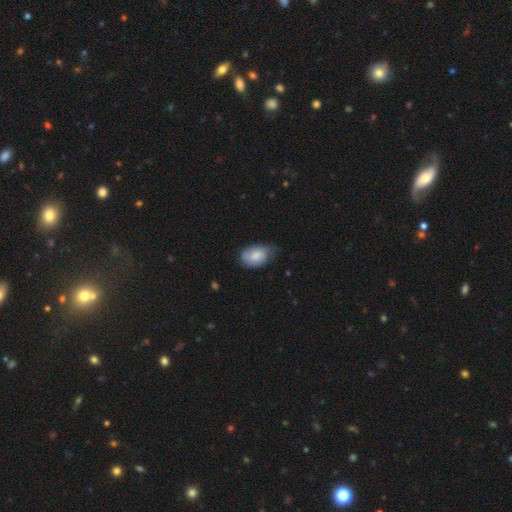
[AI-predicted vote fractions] smooth_or_featured: smooth (p=0.73) [alt: featured or disk p=0.21]
how_rounded: in between (p=0.86) [alt: round p=0.13]
merging: none (p=0.50) [alt: minor disturbance p=0.38]